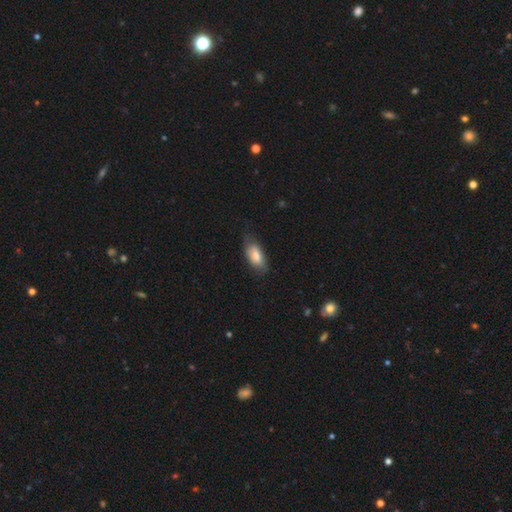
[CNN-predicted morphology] Q: Smooth or featured?
A: smooth (79%); runner-up: featured or disk (14%)
Q: How rounded?
A: in between (86%); runner-up: cigar-shaped (11%)
Q: Merging?
A: none (67%); runner-up: minor disturbance (25%)